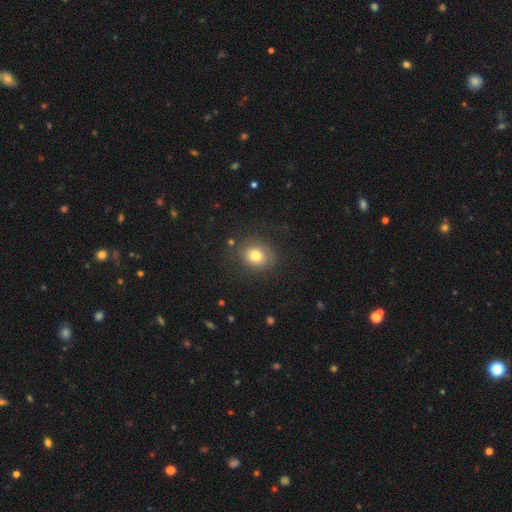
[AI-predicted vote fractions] smooth-or-featured: smooth: 77% | featured or disk: 12% | star or artifact: 11%
  how-rounded: round: 63% | in between: 36% | cigar-shaped: 1%
  merging: none: 81% | minor disturbance: 12% | major disturbance: 5% | merger: 2%